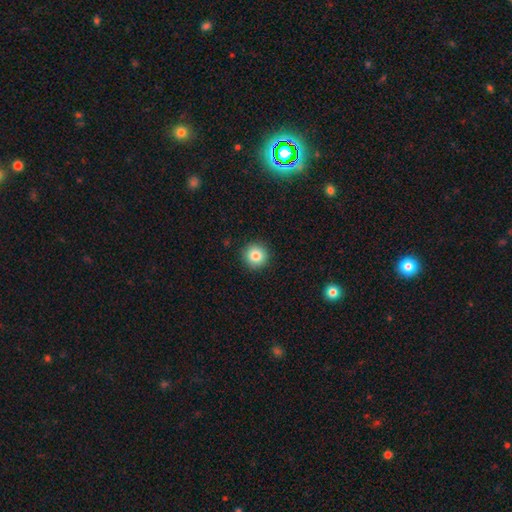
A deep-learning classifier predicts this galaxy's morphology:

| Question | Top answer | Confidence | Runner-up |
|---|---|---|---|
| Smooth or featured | smooth | 84% | star or artifact (10%) |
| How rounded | round | 95% | in between (4%) |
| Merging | none | 92% | minor disturbance (5%) |